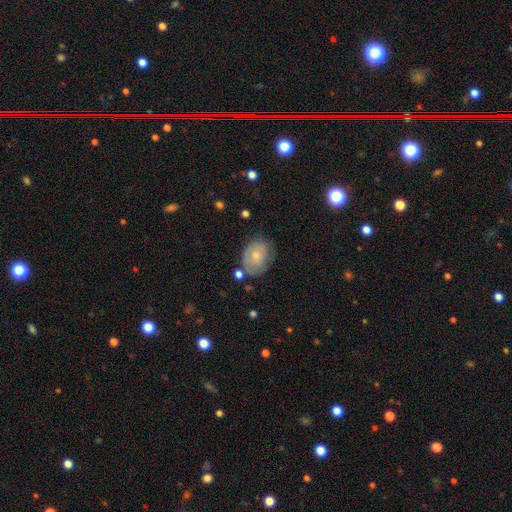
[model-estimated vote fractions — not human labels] Smooth or featured?
  - smooth: 59% *
  - featured or disk: 33%
  - star or artifact: 8%
How rounded?
  - in between: 71% *
  - round: 28%
  - cigar-shaped: 1%
Merging?
  - none: 63% *
  - minor disturbance: 24%
  - major disturbance: 8%
  - merger: 4%